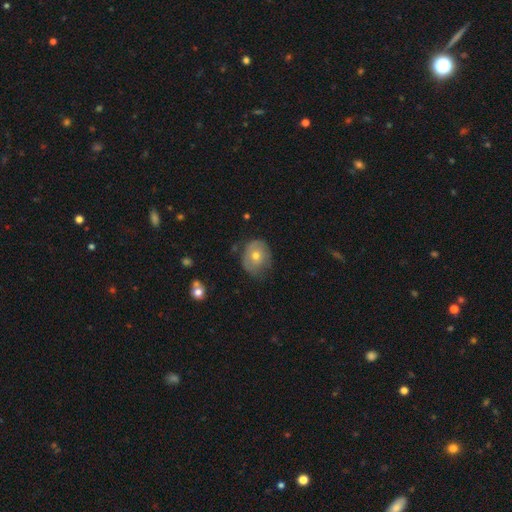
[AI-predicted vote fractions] Smooth or featured?
  - smooth: 52% *
  - featured or disk: 39%
  - star or artifact: 9%
How rounded?
  - round: 62% *
  - in between: 37%
  - cigar-shaped: 1%
Merging?
  - none: 59% *
  - minor disturbance: 30%
  - major disturbance: 9%
  - merger: 2%